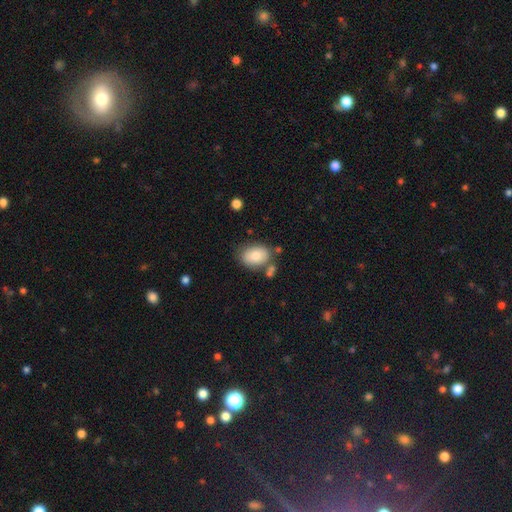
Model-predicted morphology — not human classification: smooth 79%, featured or disk 14%, star or artifact 7%. Down the decision tree: how rounded — in between (79%); merging — none (68%).